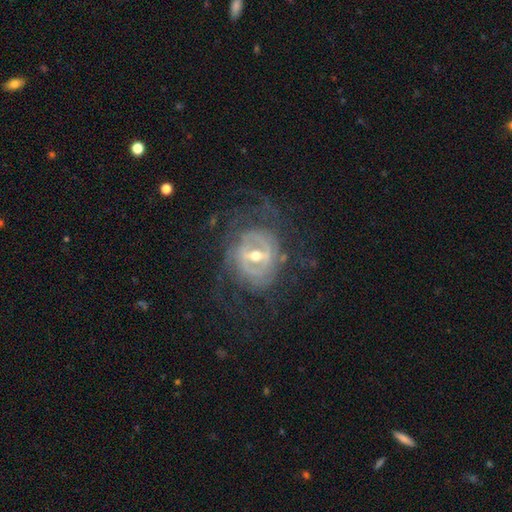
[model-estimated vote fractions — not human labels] Q: Smooth or featured?
A: featured or disk (85%); runner-up: smooth (8%)
Q: Edge-on disk?
A: no (94%); runner-up: yes (6%)
Q: Bar?
A: strong (48%); runner-up: weak (39%)
Q: Spiral arms?
A: yes (76%); runner-up: no (24%)
Q: Spiral winding?
A: tight (56%); runner-up: medium (29%)
Q: Spiral arm count?
A: can't tell (45%); runner-up: 2 (27%)
Q: Bulge size?
A: moderate (62%); runner-up: small (31%)
Q: Merging?
A: none (67%); runner-up: major disturbance (17%)